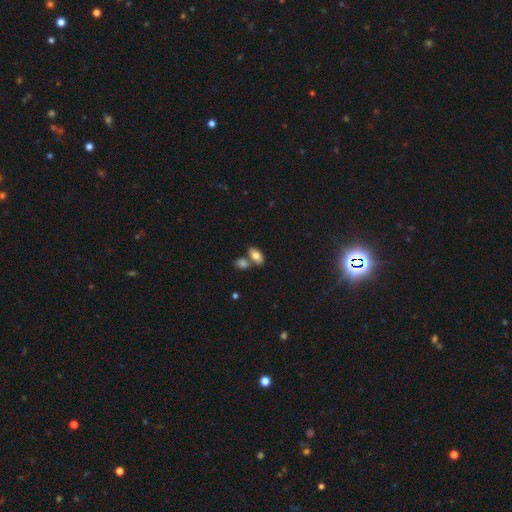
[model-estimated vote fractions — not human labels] This appears to be a smooth galaxy with no disk features (80%) that is in between round and cigar-shaped (91%). Merging: none (54%).